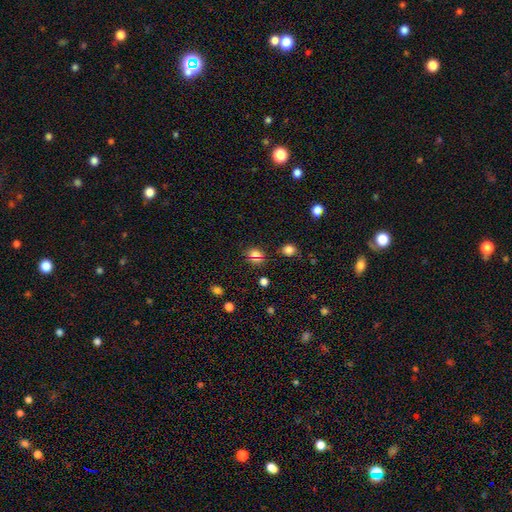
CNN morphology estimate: A smooth galaxy with no disk features (59%) that is round (63%).

Vote fractions:
- Smooth or featured? smooth: 59% / star or artifact: 33% / featured or disk: 8%
- How rounded? round: 63% / in between: 35% / cigar-shaped: 2%
- Merging? none: 80% / minor disturbance: 11% / major disturbance: 4% / merger: 4%